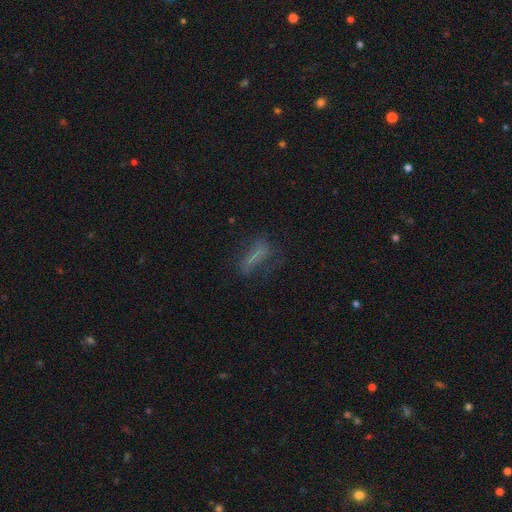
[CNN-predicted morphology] smooth-or-featured: smooth: 55% | featured or disk: 29% | star or artifact: 16%
  how-rounded: cigar-shaped: 64% | in between: 32% | round: 4%
  merging: none: 53% | minor disturbance: 24% | major disturbance: 21% | merger: 3%